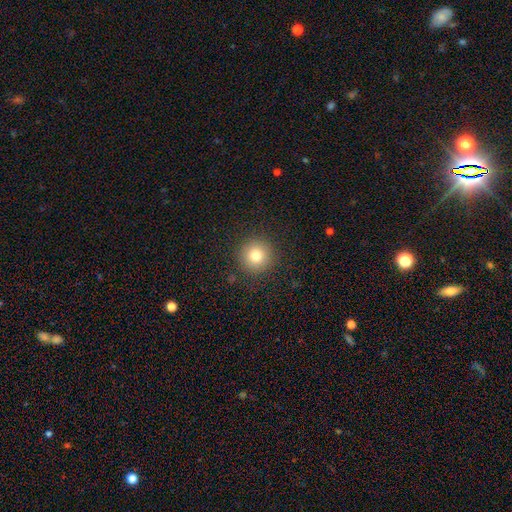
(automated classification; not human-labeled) The model was most divided on "smooth or featured": smooth: 79%, star or artifact: 12%, featured or disk: 9%. More confident: how rounded — round (96%); merging — none (91%).